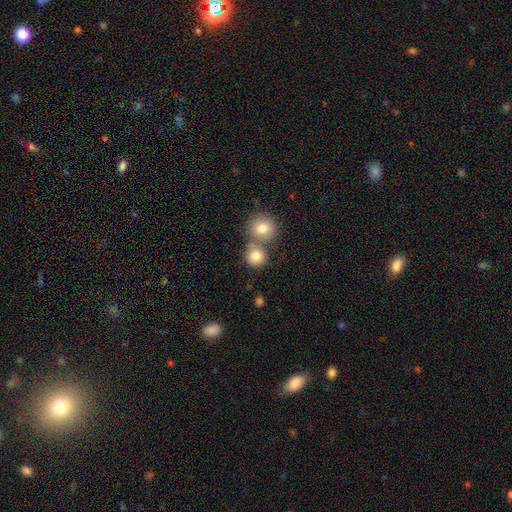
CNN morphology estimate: smooth-or-featured: smooth: 81% | star or artifact: 10% | featured or disk: 9%
  how-rounded: round: 89% | in between: 10% | cigar-shaped: 1%
  merging: none: 52% | merger: 38% | minor disturbance: 7% | major disturbance: 3%